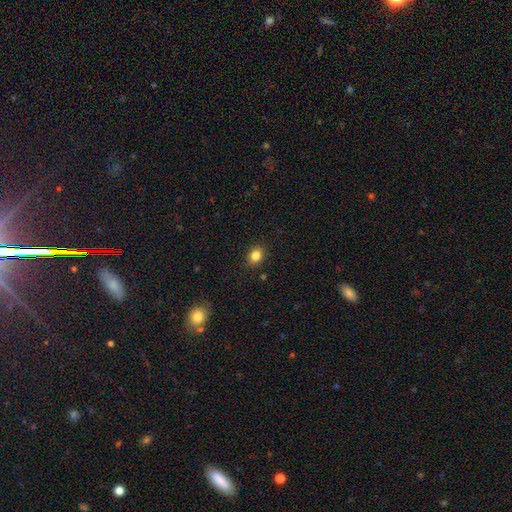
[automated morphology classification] Overall: smooth (83%). How rounded: round (57%; in between 42%). Merging: none (88%).